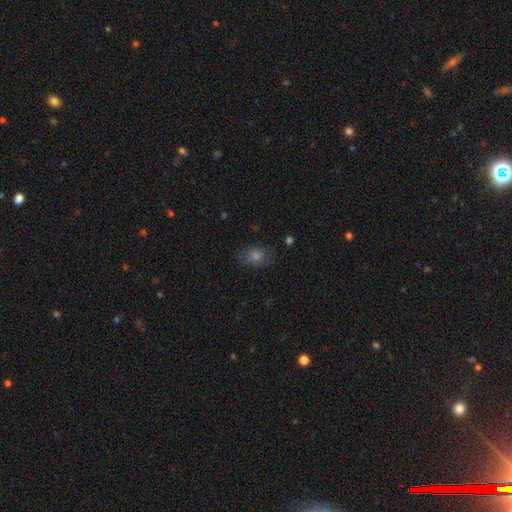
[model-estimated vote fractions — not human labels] Smooth or featured? Predicted: smooth (p=0.65). How rounded? Predicted: in between (p=0.58). Merging? Predicted: none (p=0.81).